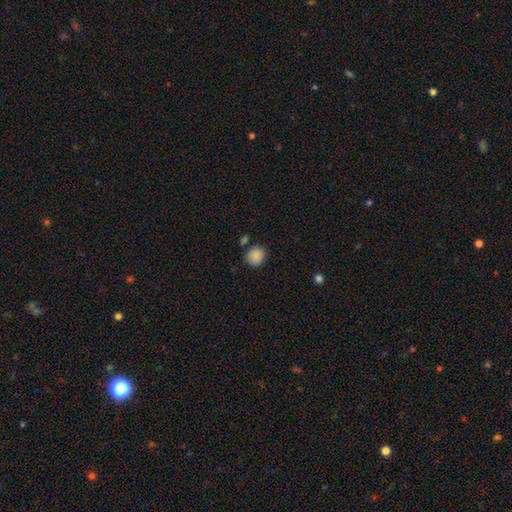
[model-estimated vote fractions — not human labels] Q: Smooth or featured?
A: smooth (88%); runner-up: star or artifact (9%)
Q: How rounded?
A: round (84%); runner-up: in between (15%)
Q: Merging?
A: none (79%); runner-up: minor disturbance (11%)